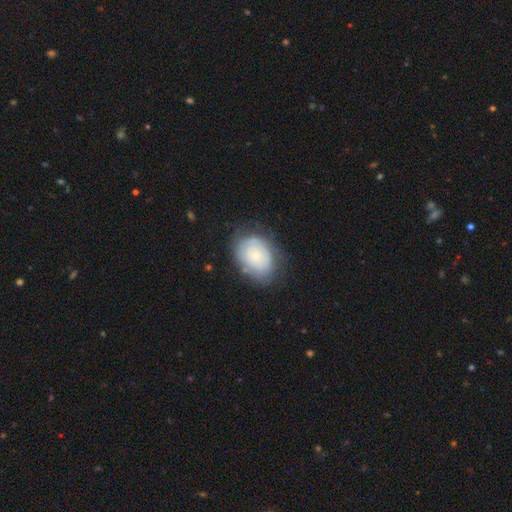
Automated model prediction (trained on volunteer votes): Smooth or featured? Predicted: smooth (p=0.47). Merging? Predicted: none (p=0.66).